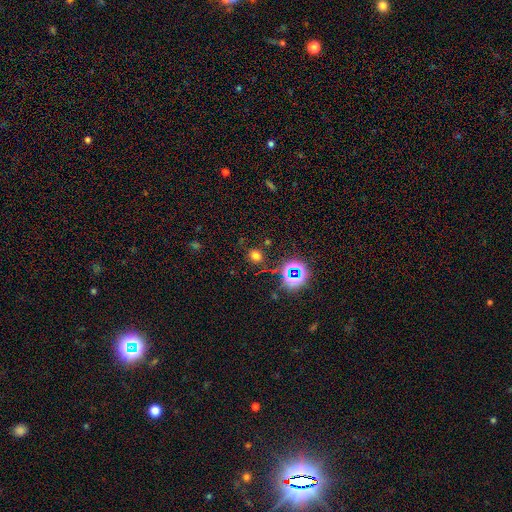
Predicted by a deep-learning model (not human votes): Smooth or featured: smooth — 66% (star or artifact — 27%)
How rounded: round — 81% (in between — 18%)
Merging: none — 85% (minor disturbance — 9%)